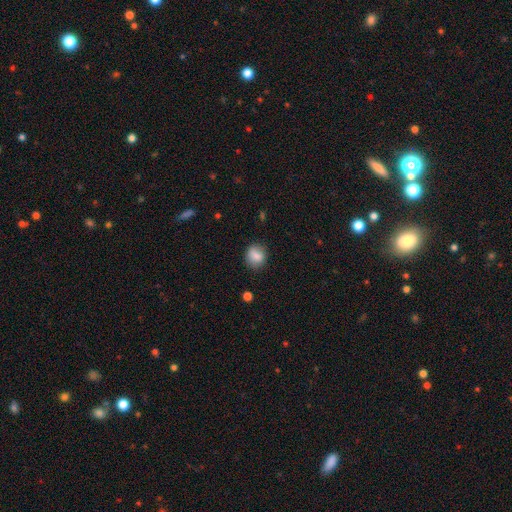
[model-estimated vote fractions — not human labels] A smooth galaxy with no disk features (81%) that is round (64%).

Vote fractions:
- Smooth or featured? smooth: 81% / featured or disk: 10% / star or artifact: 9%
- How rounded? round: 64% / in between: 35% / cigar-shaped: 1%
- Merging? none: 78% / minor disturbance: 16% / major disturbance: 4% / merger: 2%